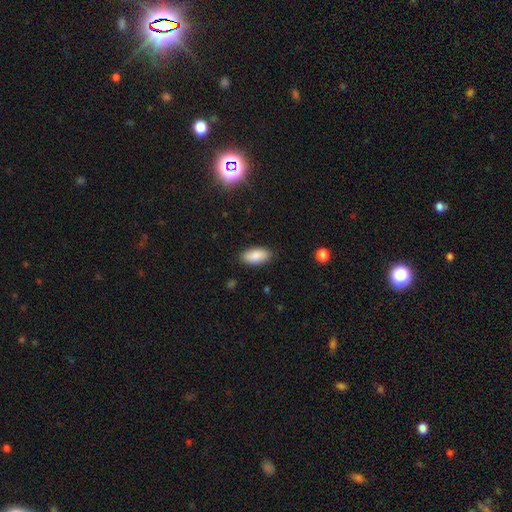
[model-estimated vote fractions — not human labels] Smooth or featured: smooth — 87% (star or artifact — 7%)
How rounded: in between — 92% (cigar-shaped — 6%)
Merging: none — 87% (minor disturbance — 10%)